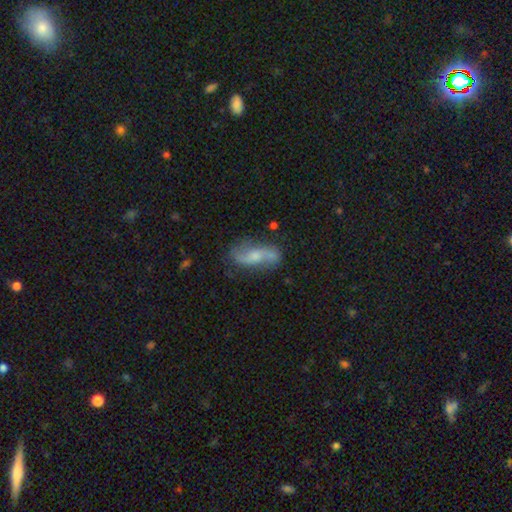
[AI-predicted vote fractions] featured or disk 69%, smooth 24%, star or artifact 7%. Down the decision tree: edge-on disk — no (90%); bar — no (51%); spiral arms — yes (90%); spiral arm count — 2 (91%); spiral winding — loose (77%); bulge size — small (44%); merging — none (70%).